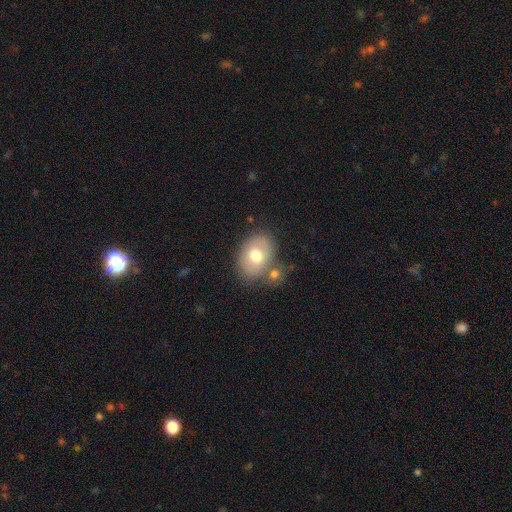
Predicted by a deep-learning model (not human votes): Smooth or featured?
  - smooth: 67% *
  - featured or disk: 26%
  - star or artifact: 8%
How rounded?
  - in between: 69% *
  - round: 30%
  - cigar-shaped: 1%
Merging?
  - none: 59% *
  - merger: 20%
  - minor disturbance: 16%
  - major disturbance: 6%